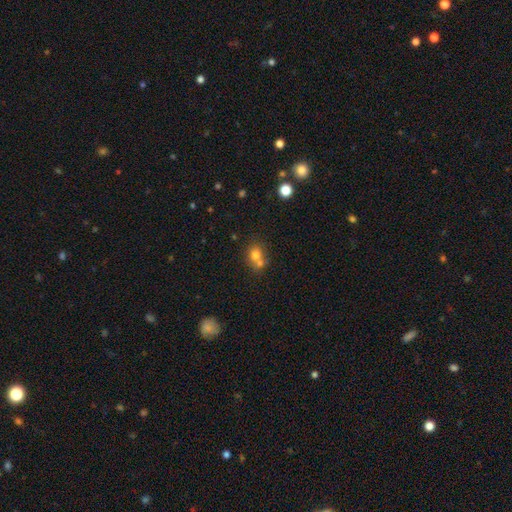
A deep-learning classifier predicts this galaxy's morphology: smooth_or_featured: smooth (p=0.73) [alt: featured or disk p=0.13]
how_rounded: round (p=0.73) [alt: in between p=0.26]
merging: merger (p=0.50) [alt: none p=0.38]